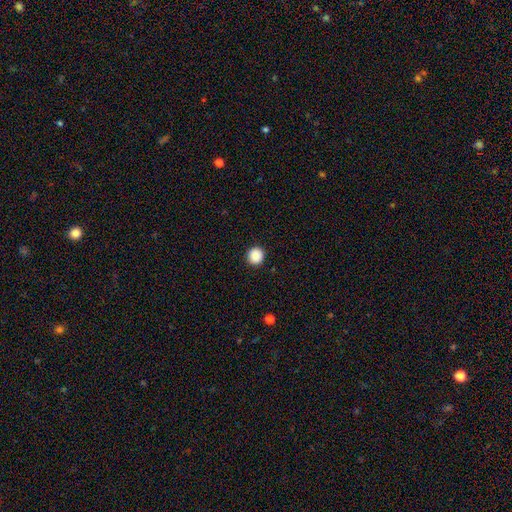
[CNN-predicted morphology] type=smooth (89%); roundness=round (94%); merging=none (93%).